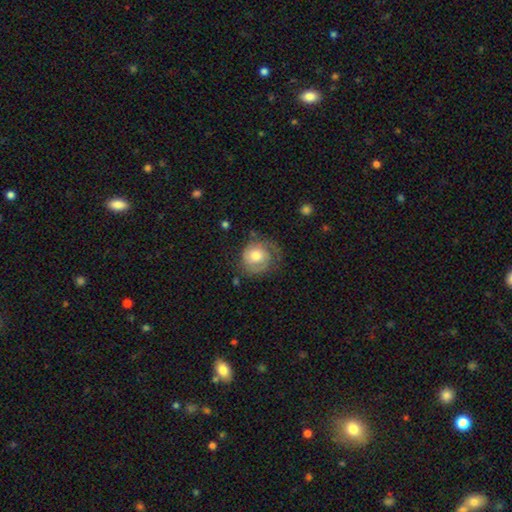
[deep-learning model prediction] The model was most divided on "smooth or featured": featured or disk: 48%, smooth: 45%, star or artifact: 7%. More confident: merging — none (54%).